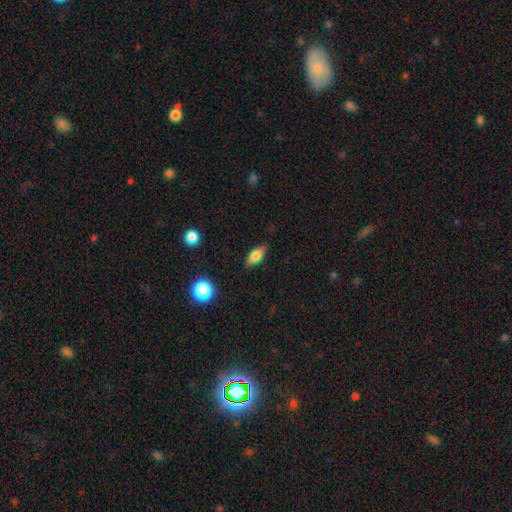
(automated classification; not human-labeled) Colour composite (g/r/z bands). It shows a smooth galaxy with no disk features (63%) that is in between round and cigar-shaped (75%). Merging: none (83%).